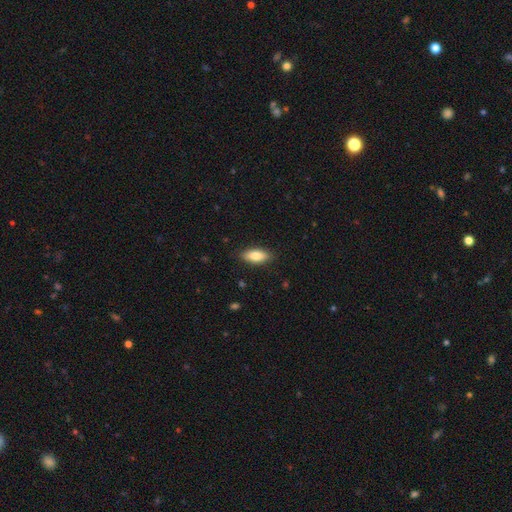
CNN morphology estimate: smooth 84%, featured or disk 10%, star or artifact 6%. Down the decision tree: how rounded — in between (81%); merging — none (87%).